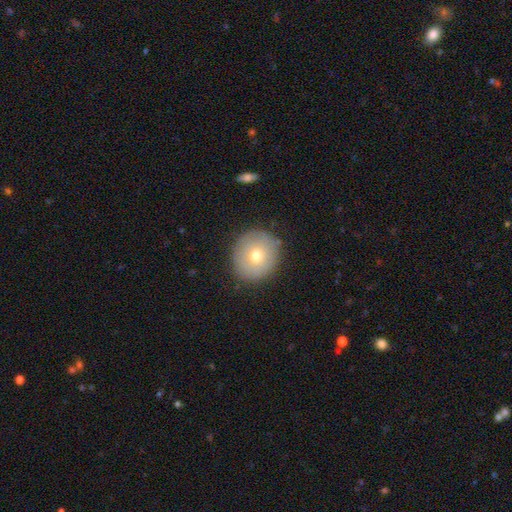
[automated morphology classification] Smooth or featured? Predicted: smooth (p=0.68). How rounded? Predicted: round (p=0.89). Merging? Predicted: none (p=0.86).